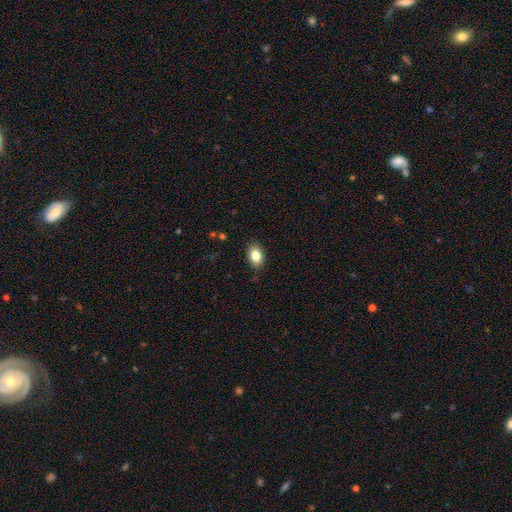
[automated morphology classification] type=smooth (83%); roundness=in between (82%); merging=none (84%).